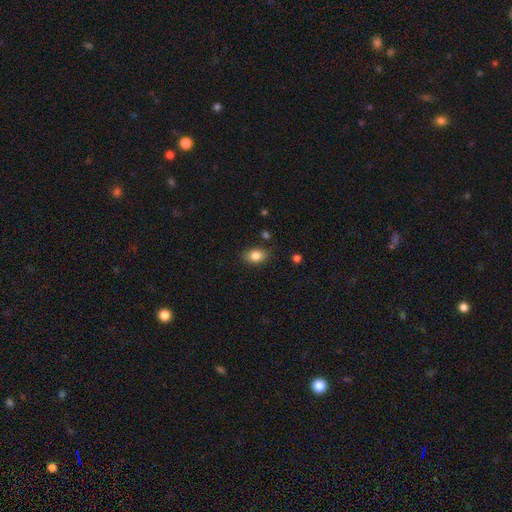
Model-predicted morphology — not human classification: A smooth galaxy with no disk features (84%) that is in between round and cigar-shaped (79%). Merging: none (83%).